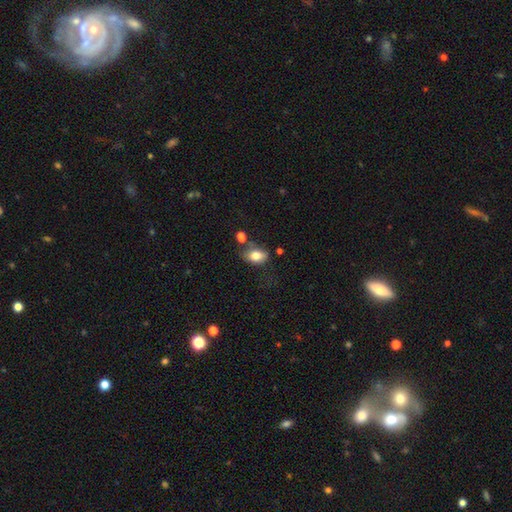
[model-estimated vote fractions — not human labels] Smooth or featured: smooth — 78% (featured or disk — 13%)
How rounded: in between — 86% (round — 12%)
Merging: none — 57% (minor disturbance — 22%)